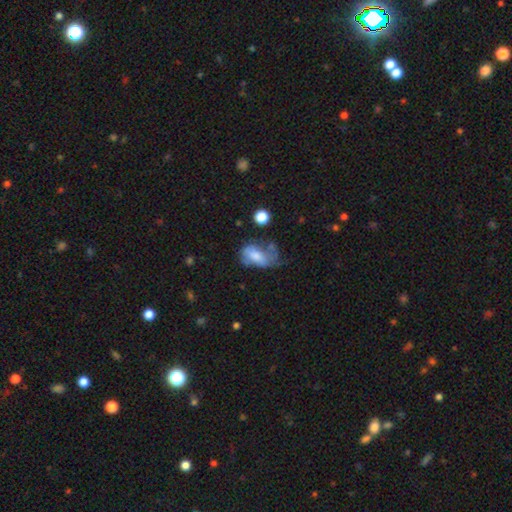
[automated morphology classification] Overall: smooth (56%; featured or disk 34%). How rounded: in between (86%). Merging: major disturbance (41%; minor disturbance 27%).